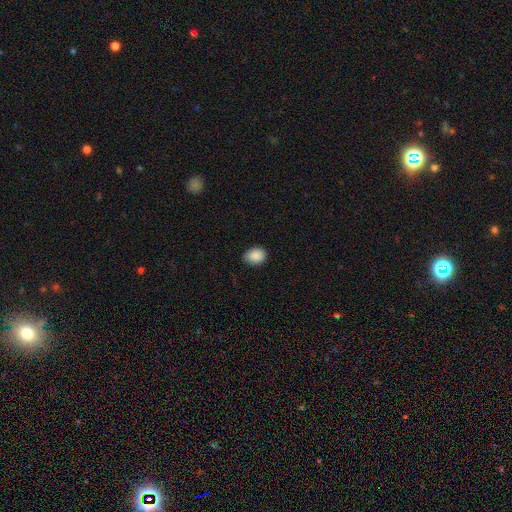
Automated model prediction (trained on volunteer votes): Smooth or featured? Predicted: smooth (p=0.89). How rounded? Predicted: in between (p=0.64). Merging? Predicted: none (p=0.80).